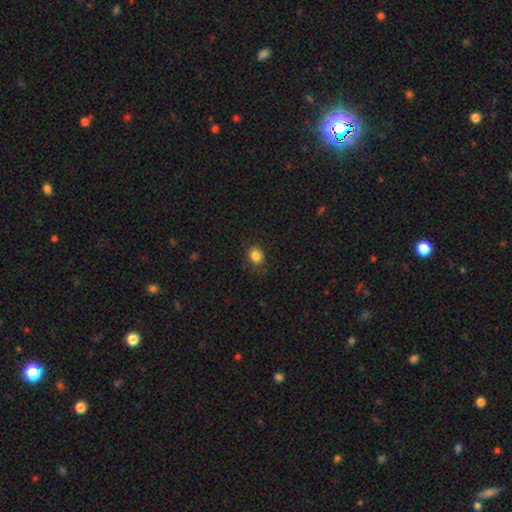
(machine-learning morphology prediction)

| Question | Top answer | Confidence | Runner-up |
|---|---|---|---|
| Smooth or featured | smooth | 85% | star or artifact (11%) |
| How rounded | round | 73% | in between (26%) |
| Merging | none | 85% | minor disturbance (11%) |